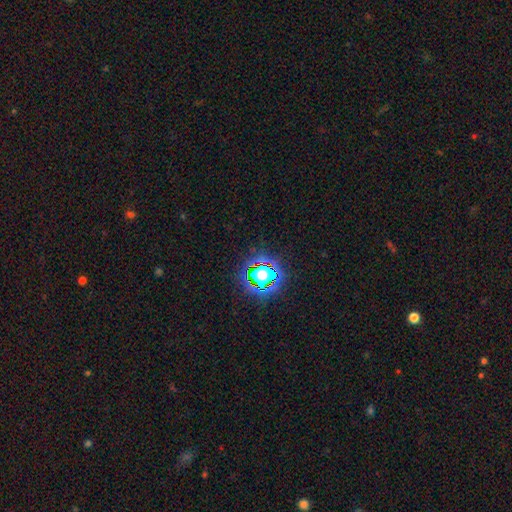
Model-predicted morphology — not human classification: Smooth or featured: star or artifact — 81% (smooth — 12%)